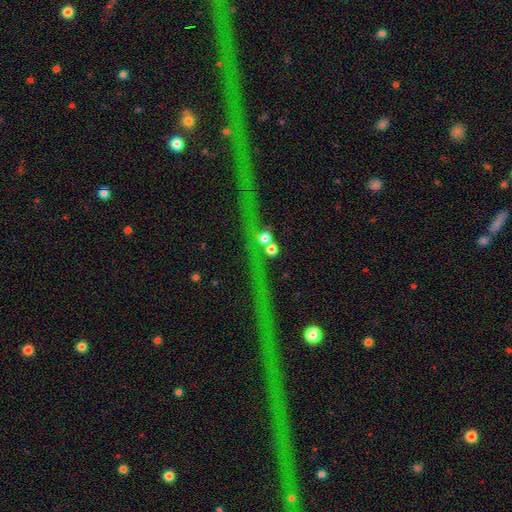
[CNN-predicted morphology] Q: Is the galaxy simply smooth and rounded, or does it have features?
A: star or artifact — 80%.